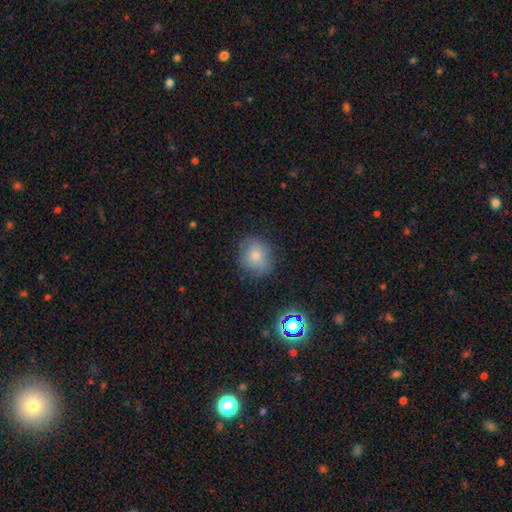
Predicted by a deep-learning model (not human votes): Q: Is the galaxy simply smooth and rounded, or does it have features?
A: smooth — 70%.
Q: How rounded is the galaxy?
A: round — 72%.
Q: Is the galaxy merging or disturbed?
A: none — 80%.